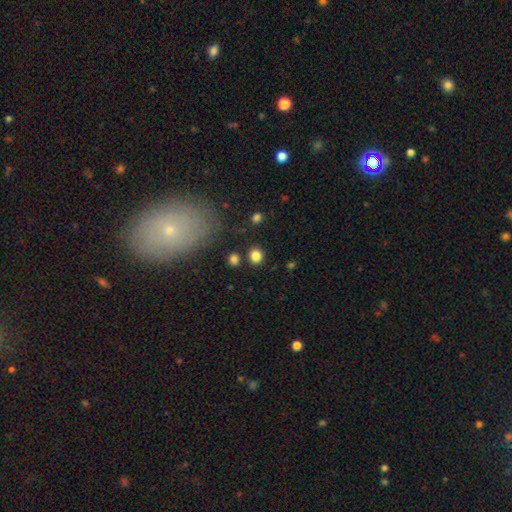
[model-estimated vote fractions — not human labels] smooth 83%, star or artifact 12%, featured or disk 6%. Down the decision tree: how rounded — round (78%); merging — none (85%).